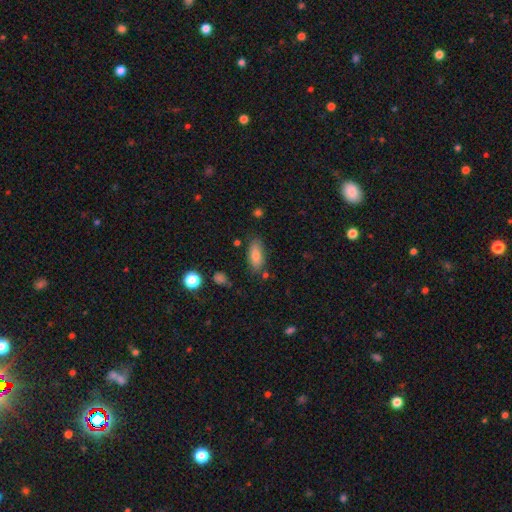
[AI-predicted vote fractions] The model was most divided on "merging": none: 78%, minor disturbance: 15%, major disturbance: 4%, merger: 3%. More confident: how rounded — in between (81%); smooth or featured — smooth (79%).